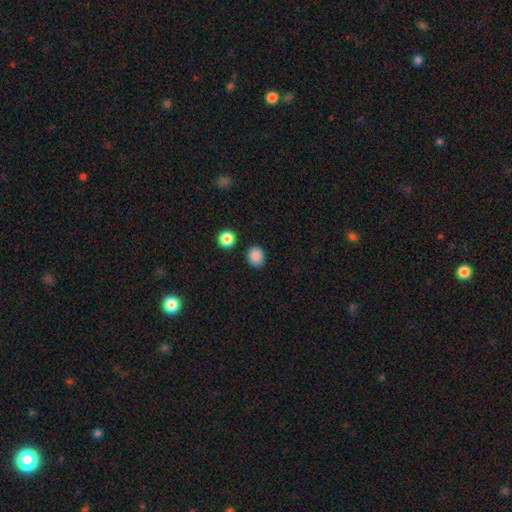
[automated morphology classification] smooth_or_featured: smooth (p=0.87) [alt: star or artifact p=0.10]
how_rounded: round (p=0.55) [alt: in between p=0.44]
merging: none (p=0.85) [alt: minor disturbance p=0.09]